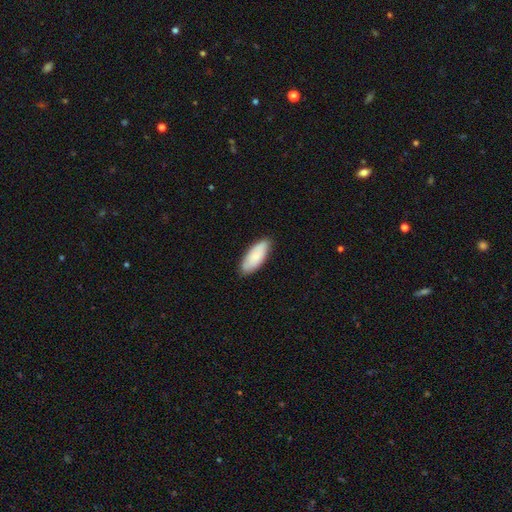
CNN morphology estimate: Smooth or featured: smooth — 78% (featured or disk — 17%)
How rounded: in between — 82% (cigar-shaped — 16%)
Merging: none — 84% (minor disturbance — 13%)